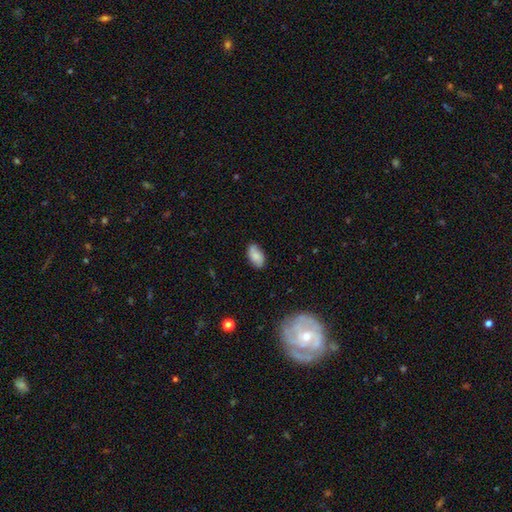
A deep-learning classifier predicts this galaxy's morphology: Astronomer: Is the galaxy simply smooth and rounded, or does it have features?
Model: smooth — 77%.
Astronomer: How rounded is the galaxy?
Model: in between — 93%.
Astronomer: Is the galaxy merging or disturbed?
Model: none — 80%.